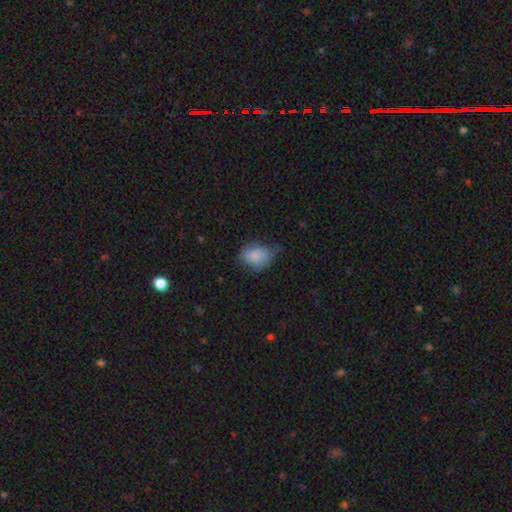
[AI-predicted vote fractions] Overall: smooth (81%). How rounded: in between (62%; round 37%). Merging: minor disturbance (42%, tied with none).